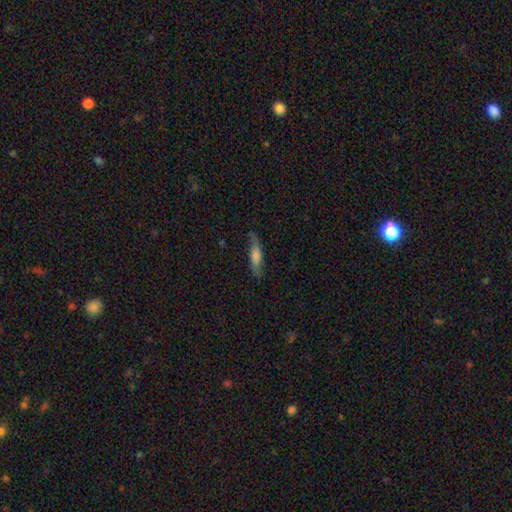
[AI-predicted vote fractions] Overall: featured or disk (46%, tied with smooth). Merging: none (73%).